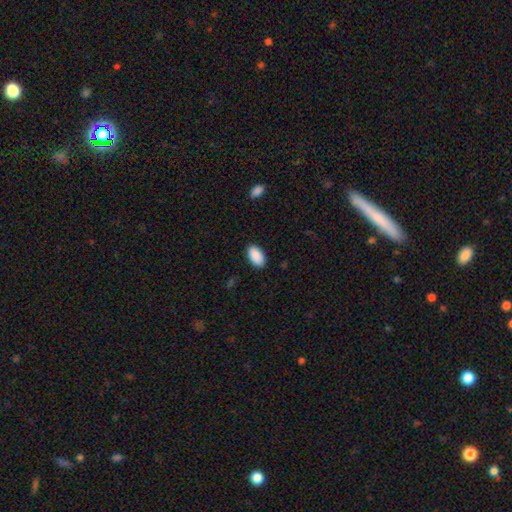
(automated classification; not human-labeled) This appears to be a smooth galaxy with no disk features (91%) that is in between round and cigar-shaped (95%). Merging: none (88%).